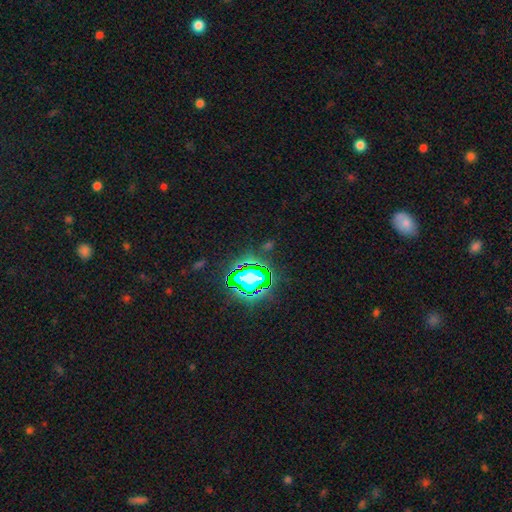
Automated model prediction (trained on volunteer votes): Morphology: type=star or artifact (80%).